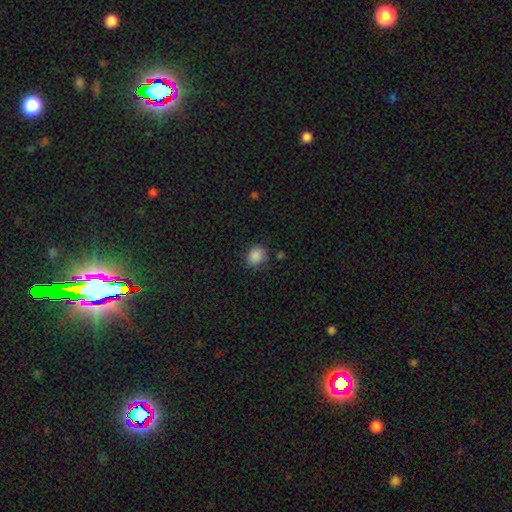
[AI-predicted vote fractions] Smooth or featured? smooth (86%)
How rounded? round (64%)
Merging? none (76%)